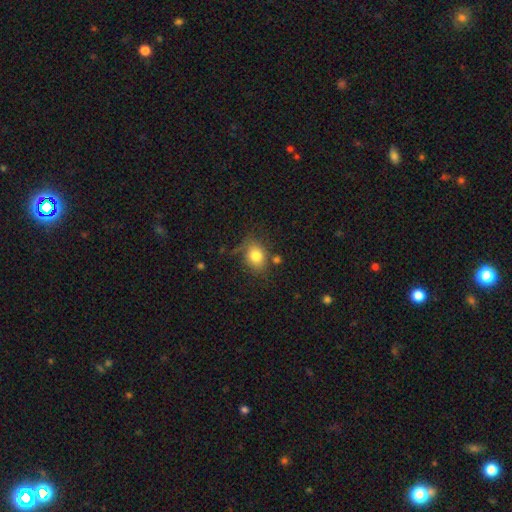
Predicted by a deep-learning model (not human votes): Smooth or featured? smooth (79%)
How rounded? in between (54%)
Merging? none (67%)